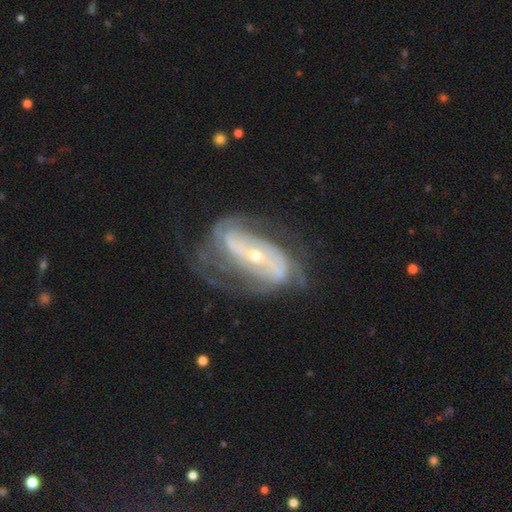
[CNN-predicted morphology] Smooth or featured: featured or disk — 86% (smooth — 8%)
Edge-on disk: no — 93% (yes — 7%)
Bar: strong — 40% (weak — 31%)
Spiral arms: yes — 90% (no — 10%)
Spiral winding: tight — 40% (medium — 39%)
Spiral arm count: 2 — 47% (can't tell — 28%)
Bulge size: small — 66% (moderate — 30%)
Merging: none — 54% (major disturbance — 22%)